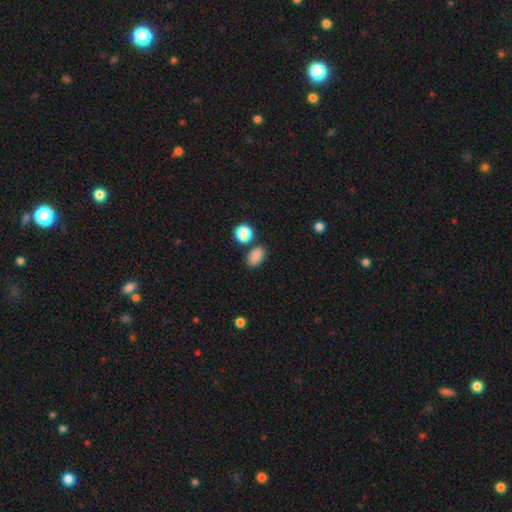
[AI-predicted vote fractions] smooth 85%, star or artifact 11%, featured or disk 4%. Down the decision tree: how rounded — in between (84%); merging — none (76%).